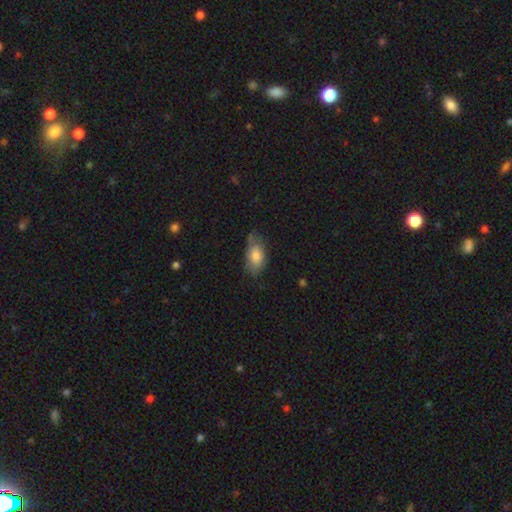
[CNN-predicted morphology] Overall: smooth (78%). How rounded: in between (91%). Merging: none (60%; minor disturbance 31%).